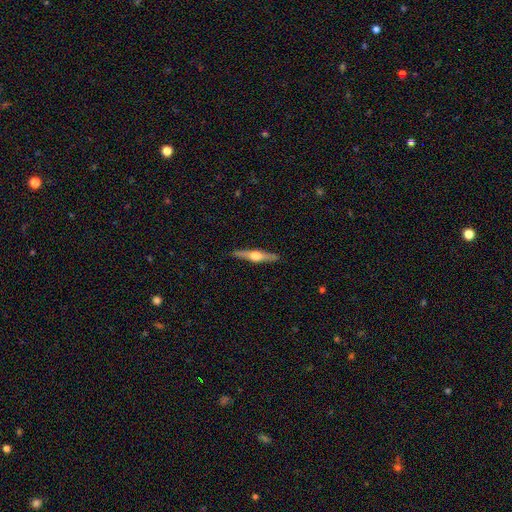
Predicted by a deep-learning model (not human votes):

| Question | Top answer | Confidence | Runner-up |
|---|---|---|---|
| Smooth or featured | featured or disk | 66% | smooth (29%) |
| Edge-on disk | yes | 96% | no (4%) |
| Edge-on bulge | rounded | 94% | boxy (4%) |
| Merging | none | 90% | minor disturbance (8%) |